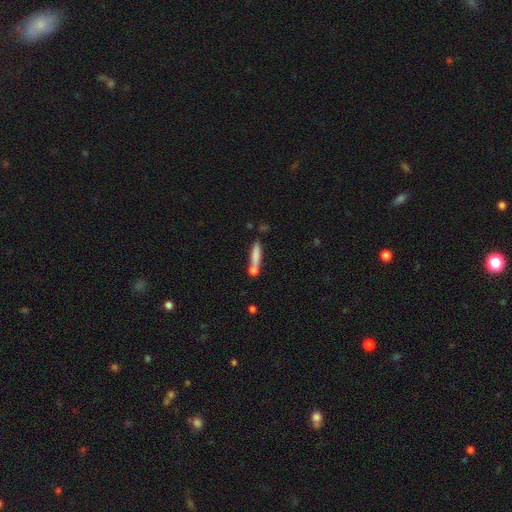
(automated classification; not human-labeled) This appears to be a smooth galaxy with no disk features (75%) that is cigar-shaped (84%). Merging: none (55%).